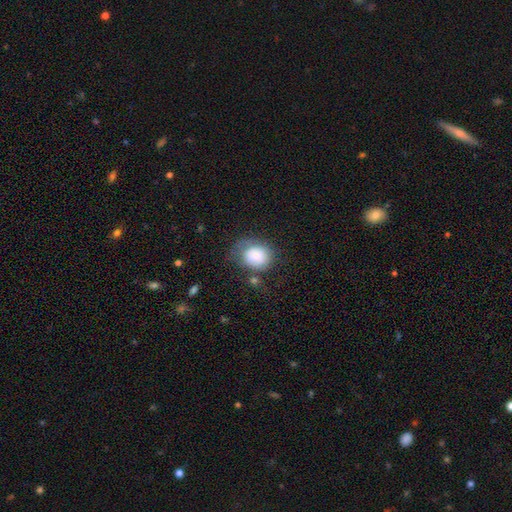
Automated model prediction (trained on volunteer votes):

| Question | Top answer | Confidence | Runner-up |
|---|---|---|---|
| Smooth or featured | smooth | 79% | featured or disk (13%) |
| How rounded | round | 62% | in between (37%) |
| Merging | none | 45% | minor disturbance (29%) |